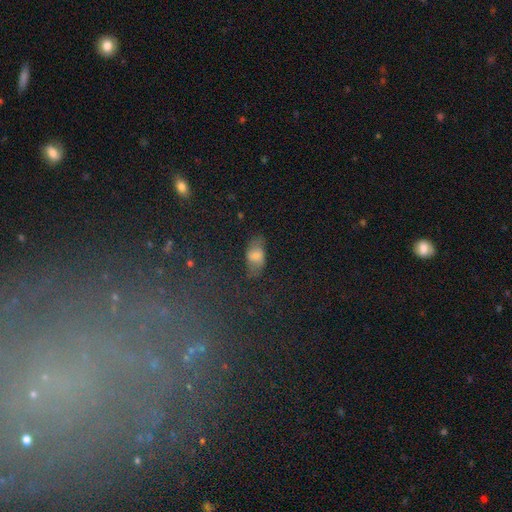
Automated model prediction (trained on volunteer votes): The model was most divided on "merging": none: 59%, minor disturbance: 26%, major disturbance: 12%, merger: 3%. More confident: how rounded — in between (89%); smooth or featured — smooth (63%).